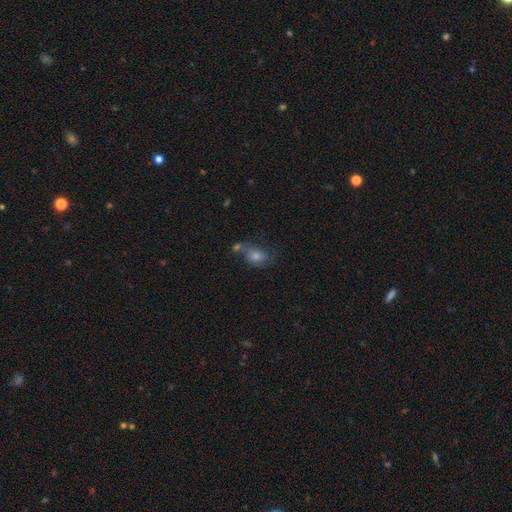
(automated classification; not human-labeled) This appears to be a smooth galaxy with no disk features (60%) that is in between round and cigar-shaped (59%). Merging: none (45%).